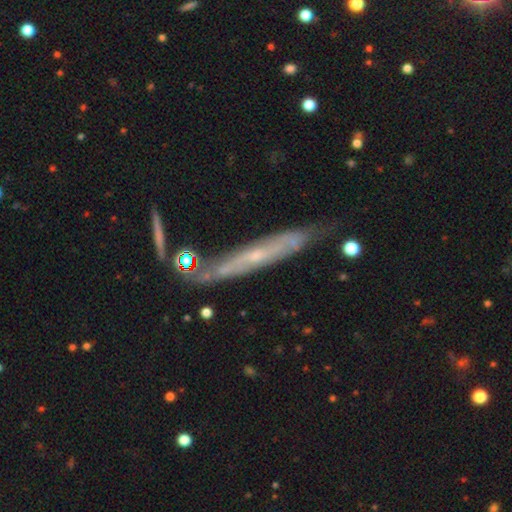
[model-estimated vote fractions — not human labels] Smooth or featured? featured or disk (69%)
Edge-on disk? yes (70%)
Merging? none (66%)